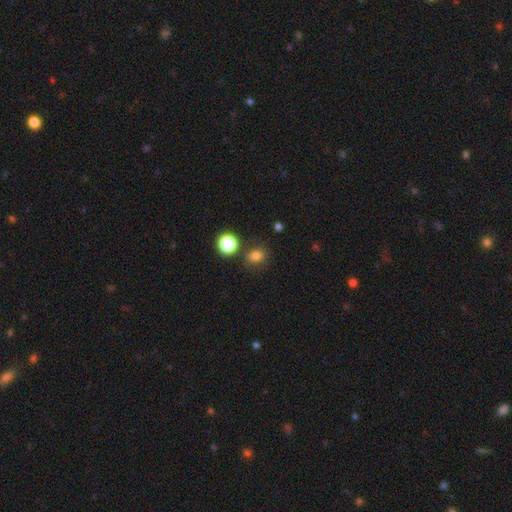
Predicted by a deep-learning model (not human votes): Smooth or featured? Predicted: smooth (p=0.78). How rounded? Predicted: round (p=0.66). Merging? Predicted: none (p=0.78).